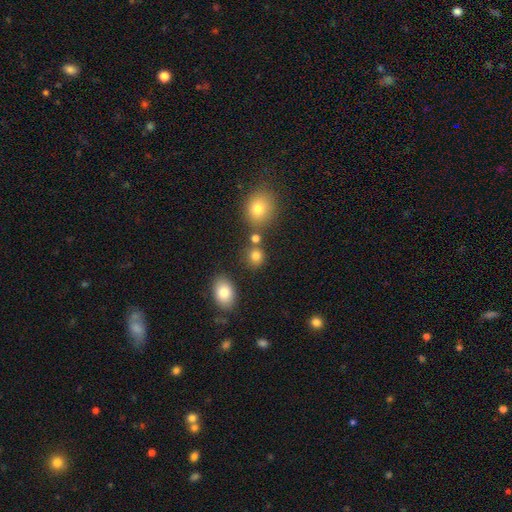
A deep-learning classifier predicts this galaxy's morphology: type=smooth (81%); roundness=round (79%); merging=none (73%).